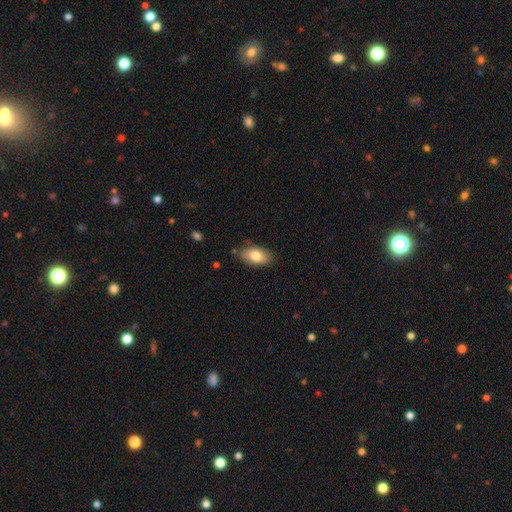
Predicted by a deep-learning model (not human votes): The model was most divided on "merging": none: 81%, minor disturbance: 14%, major disturbance: 3%, merger: 2%. More confident: how rounded — in between (92%); smooth or featured — smooth (81%).